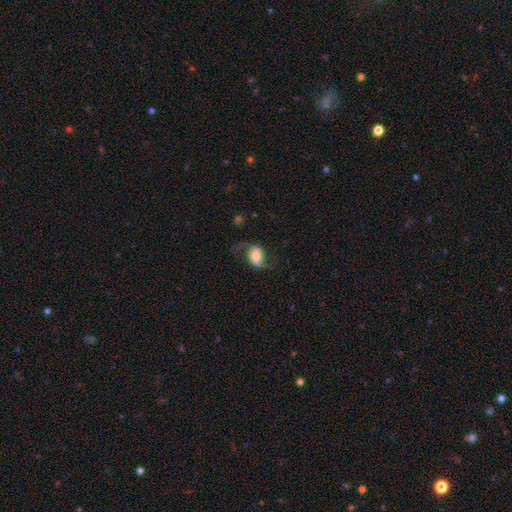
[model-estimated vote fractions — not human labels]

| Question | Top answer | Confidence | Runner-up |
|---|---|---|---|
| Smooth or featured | featured or disk | 64% | smooth (28%) |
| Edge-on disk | no | 96% | yes (4%) |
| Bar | no | 53% | weak (32%) |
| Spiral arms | yes | 91% | no (9%) |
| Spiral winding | loose | 79% | medium (17%) |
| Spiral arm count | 2 | 90% | 1 (5%) |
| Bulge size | moderate | 49% | large (22%) |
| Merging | none | 63% | minor disturbance (19%) |